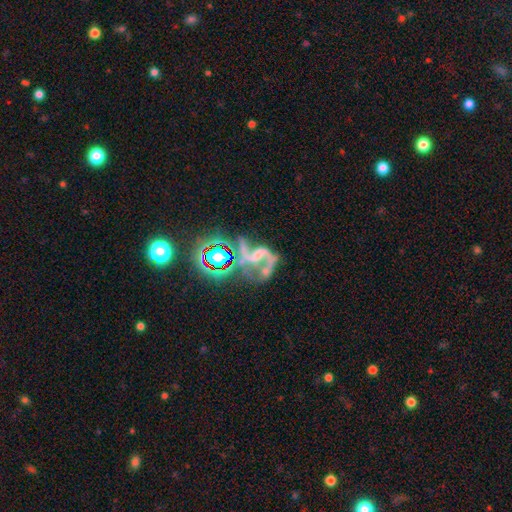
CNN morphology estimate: Smooth or featured: featured or disk — 77% (star or artifact — 16%)
Edge-on disk: no — 98% (yes — 2%)
Bar: no — 40% (weak — 35%)
Spiral arms: yes — 89% (no — 11%)
Spiral winding: loose — 71% (medium — 24%)
Spiral arm count: 2 — 83% (1 — 9%)
Bulge size: none — 49% (small — 28%)
Merging: none — 33% (major disturbance — 31%)